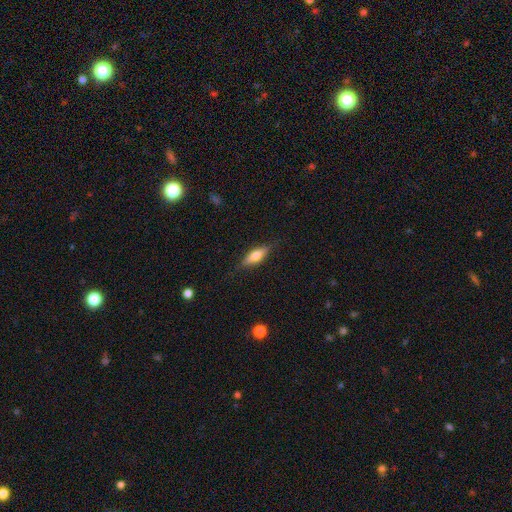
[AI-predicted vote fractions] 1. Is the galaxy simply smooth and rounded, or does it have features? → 54% smooth, 39% featured or disk, 7% star or artifact.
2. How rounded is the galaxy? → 51% cigar-shaped, 46% in between, 3% round.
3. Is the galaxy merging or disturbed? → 84% none, 12% minor disturbance, 3% major disturbance, 1% merger.